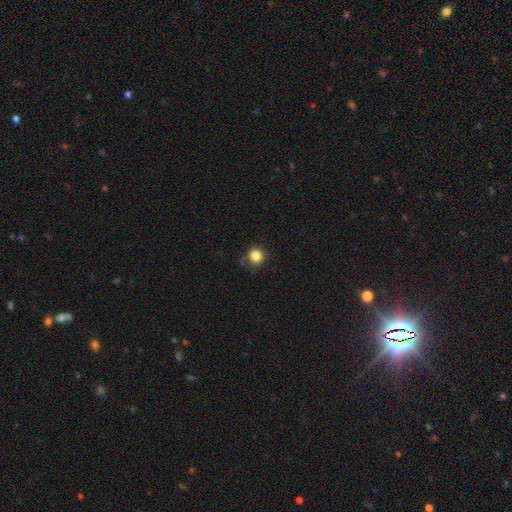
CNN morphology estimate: The model was most divided on "merging": none: 79%, minor disturbance: 15%, major disturbance: 4%, merger: 2%. More confident: how rounded — round (90%); smooth or featured — smooth (84%).